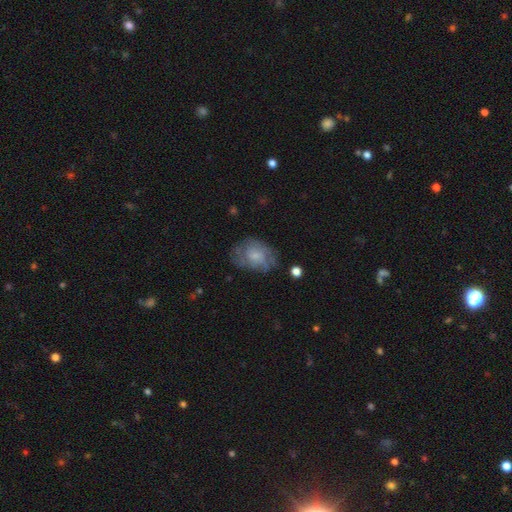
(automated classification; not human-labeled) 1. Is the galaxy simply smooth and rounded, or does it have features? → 50% featured or disk, 41% smooth, 9% star or artifact.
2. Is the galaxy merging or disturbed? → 61% none, 24% minor disturbance, 14% major disturbance, 2% merger.